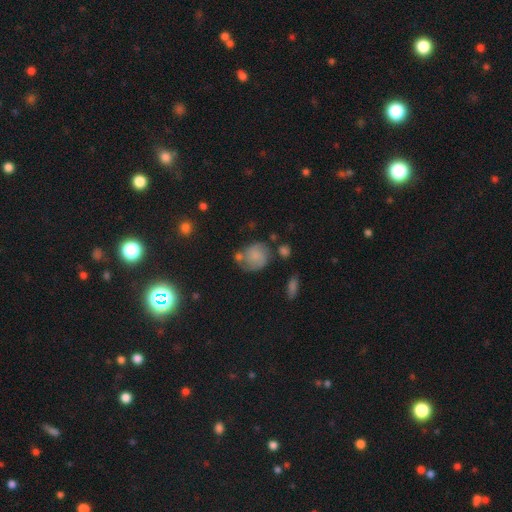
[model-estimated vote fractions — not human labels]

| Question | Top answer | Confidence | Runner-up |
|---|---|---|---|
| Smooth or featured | smooth | 63% | featured or disk (28%) |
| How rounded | round | 68% | in between (31%) |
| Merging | none | 48% | minor disturbance (25%) |